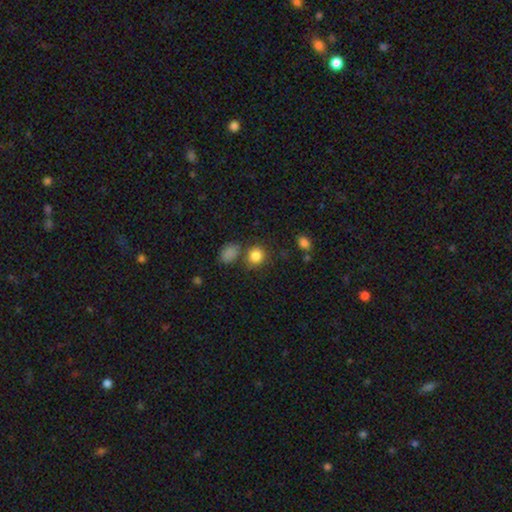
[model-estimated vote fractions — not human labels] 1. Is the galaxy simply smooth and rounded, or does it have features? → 84% smooth, 11% star or artifact, 5% featured or disk.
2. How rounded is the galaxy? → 80% round, 19% in between, 1% cigar-shaped.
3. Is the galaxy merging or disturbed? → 70% none, 14% merger, 11% minor disturbance, 4% major disturbance.